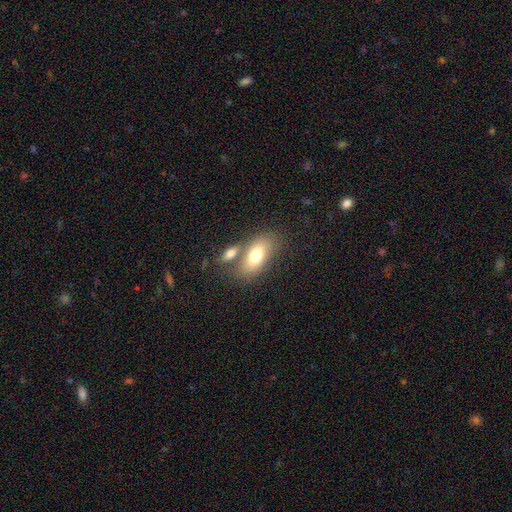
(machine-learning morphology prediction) Smooth or featured? smooth (72%)
How rounded? in between (86%)
Merging? none (53%)